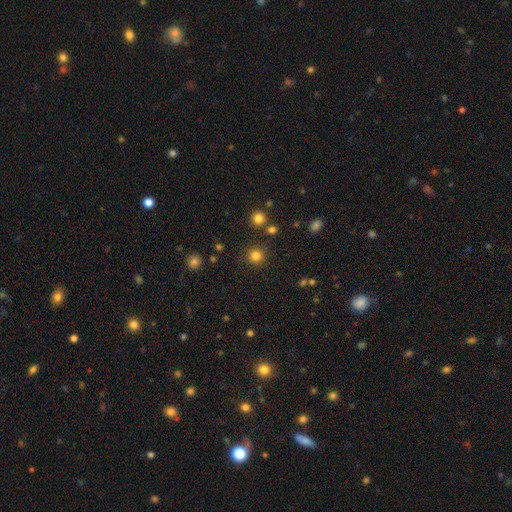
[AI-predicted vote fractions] This is clearly a smooth galaxy (81%). How rounded: clearly round (93%). Merging: clearly none (88%).